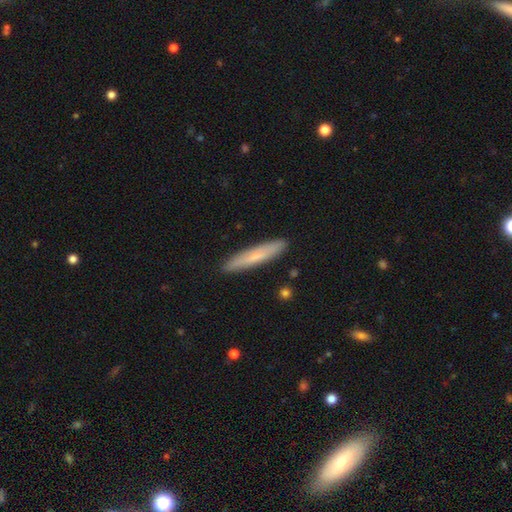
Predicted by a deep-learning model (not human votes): The model was most divided on "smooth or featured": smooth: 67%, featured or disk: 28%, star or artifact: 6%. More confident: how rounded — cigar-shaped (92%); merging — none (90%).